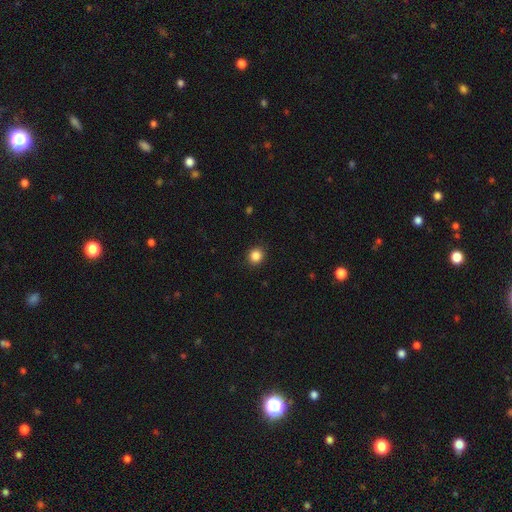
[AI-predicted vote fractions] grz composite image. It shows a smooth galaxy with no disk features (86%) that is round (86%). Merging: none (91%).